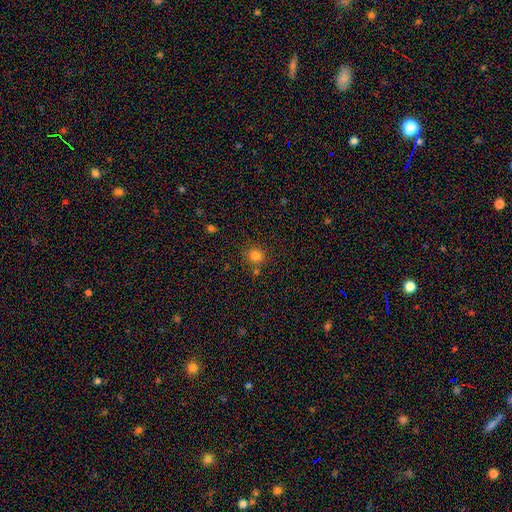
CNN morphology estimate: The model was most divided on "merging": none: 75%, minor disturbance: 11%, merger: 10%, major disturbance: 4%. More confident: how rounded — round (83%); smooth or featured — smooth (81%).